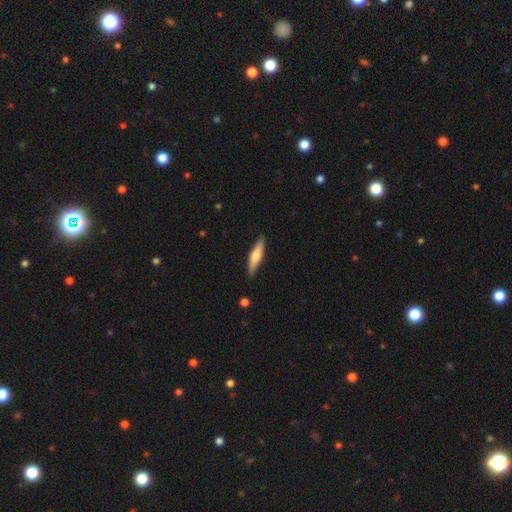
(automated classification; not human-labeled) smooth-or-featured: smooth: 48% | featured or disk: 47% | star or artifact: 5%
  merging: none: 89% | minor disturbance: 8% | major disturbance: 2% | merger: 1%